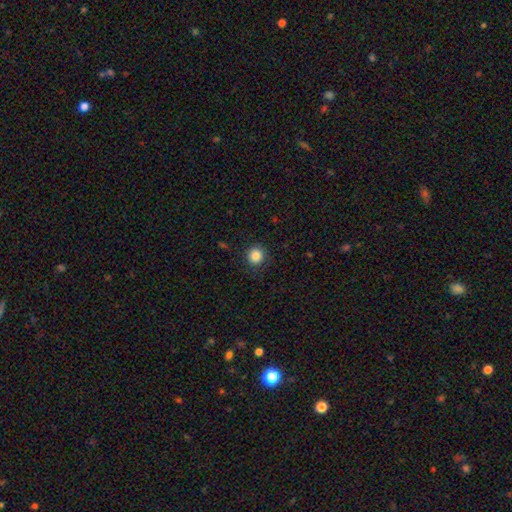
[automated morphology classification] This appears to be a smooth galaxy with no disk features (85%) that is round (92%). Merging: none (90%).